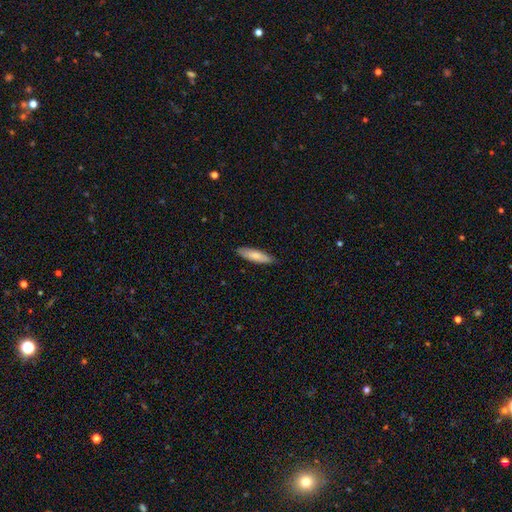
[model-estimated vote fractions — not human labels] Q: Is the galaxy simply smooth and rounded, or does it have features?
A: smooth — 77%.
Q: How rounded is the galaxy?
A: cigar-shaped — 68%.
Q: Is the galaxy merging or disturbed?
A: none — 86%.